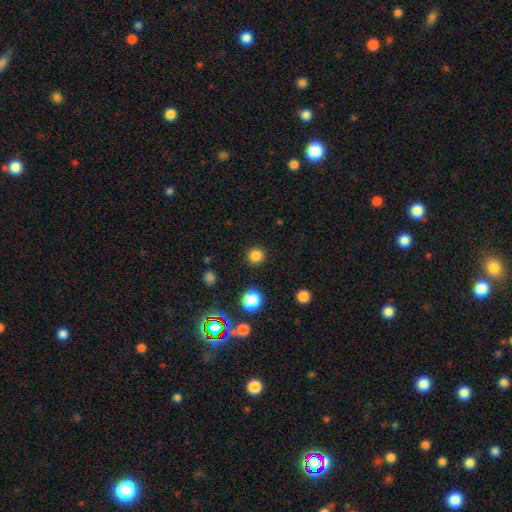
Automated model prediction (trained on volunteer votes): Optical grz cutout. It shows a smooth galaxy with no disk features (81%) that is round (95%). Merging: none (90%).